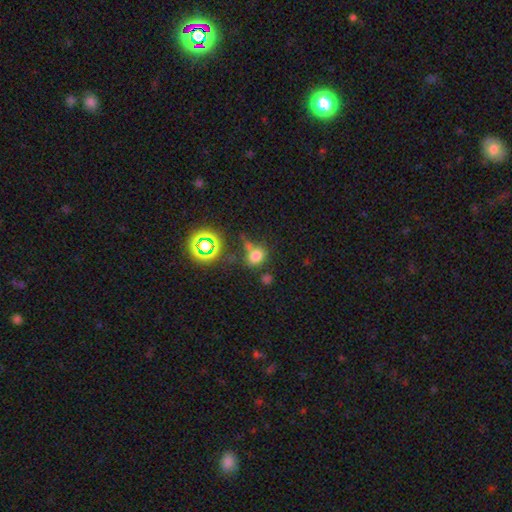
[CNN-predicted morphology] smooth_or_featured: smooth (p=0.70) [alt: star or artifact p=0.22]
how_rounded: round (p=0.63) [alt: in between p=0.36]
merging: none (p=0.61) [alt: merger p=0.17]